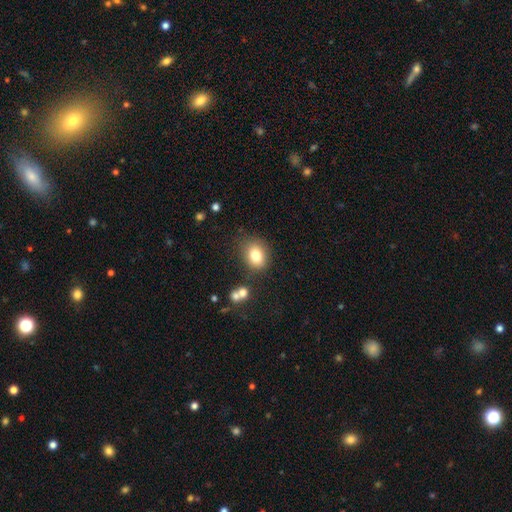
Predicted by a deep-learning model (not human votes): A smooth galaxy with no disk features (79%) that is in between round and cigar-shaped (51%).

Vote fractions:
- Smooth or featured? smooth: 79% / star or artifact: 11% / featured or disk: 10%
- How rounded? in between: 51% / round: 48% / cigar-shaped: 1%
- Merging? none: 76% / minor disturbance: 14% / merger: 5% / major disturbance: 4%